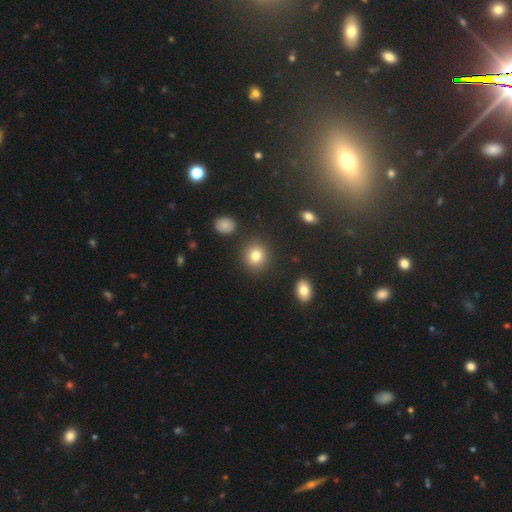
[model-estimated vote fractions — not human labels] smooth_or_featured: smooth (p=0.81) [alt: star or artifact p=0.11]
how_rounded: round (p=0.81) [alt: in between p=0.18]
merging: none (p=0.88) [alt: minor disturbance p=0.07]